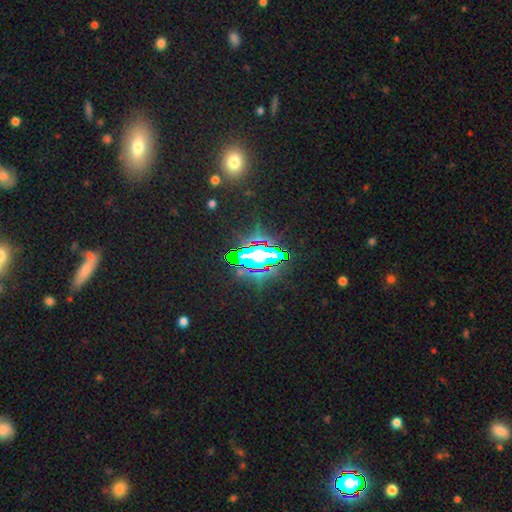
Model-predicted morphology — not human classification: Smooth or featured? Predicted: star or artifact (p=0.77).